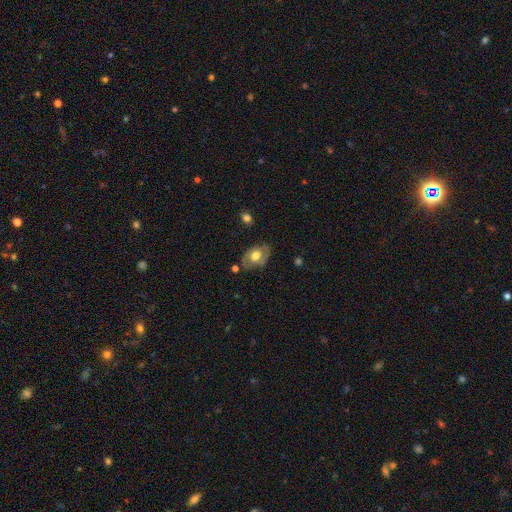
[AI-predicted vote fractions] Smooth or featured?
  - smooth: 48% *
  - featured or disk: 44%
  - star or artifact: 7%
Merging?
  - none: 73% *
  - minor disturbance: 19%
  - major disturbance: 5%
  - merger: 3%